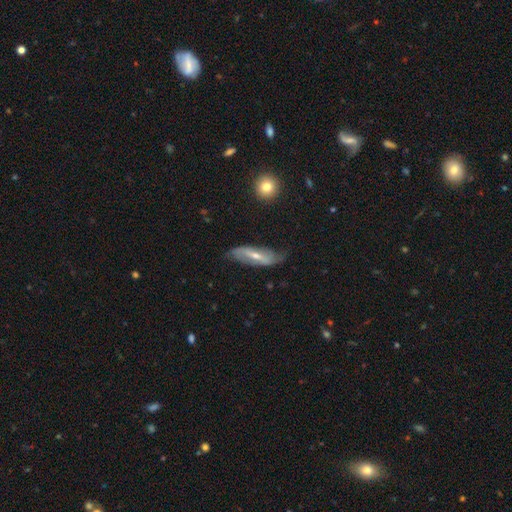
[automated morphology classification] featured or disk 67%, smooth 26%, star or artifact 6%. Down the decision tree: edge-on disk — no (76%); bar — strong (50%); spiral arms — yes (79%); bulge size — moderate (48%); merging — none (63%).